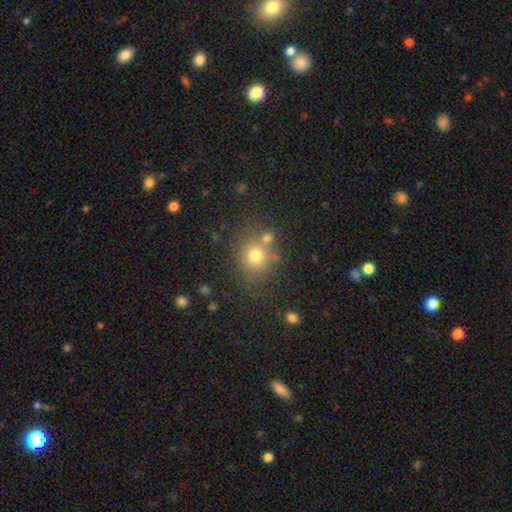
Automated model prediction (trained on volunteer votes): smooth_or_featured: smooth (p=0.74) [alt: star or artifact p=0.15]
how_rounded: round (p=0.81) [alt: in between p=0.18]
merging: none (p=0.67) [alt: merger p=0.16]